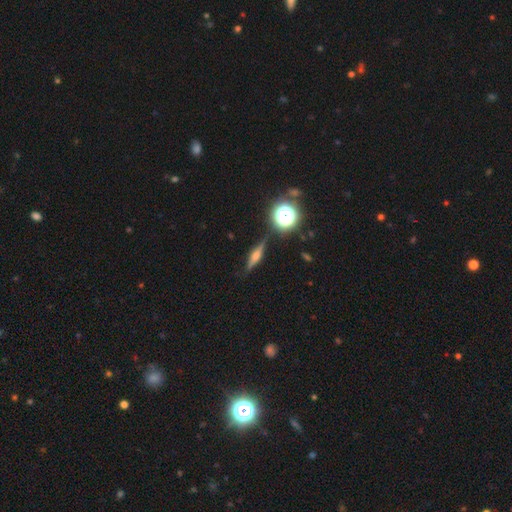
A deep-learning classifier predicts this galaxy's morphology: A featured or disk galaxy (59%) viewed edge-on (95%) with a rounded central bulge (86%). Merging: none (86%).